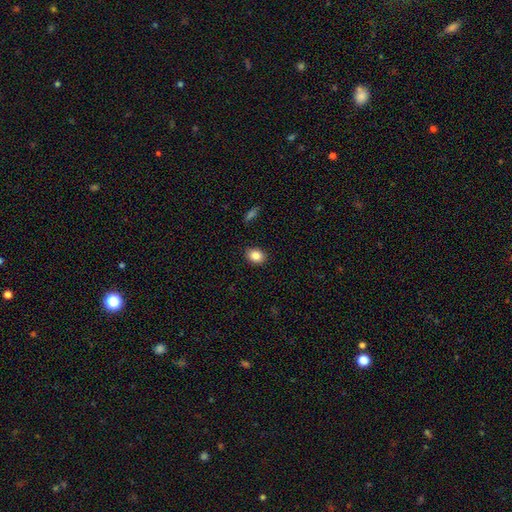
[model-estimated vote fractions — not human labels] smooth_or_featured: smooth (p=0.86) [alt: star or artifact p=0.09]
how_rounded: in between (p=0.66) [alt: round p=0.33]
merging: none (p=0.89) [alt: minor disturbance p=0.08]